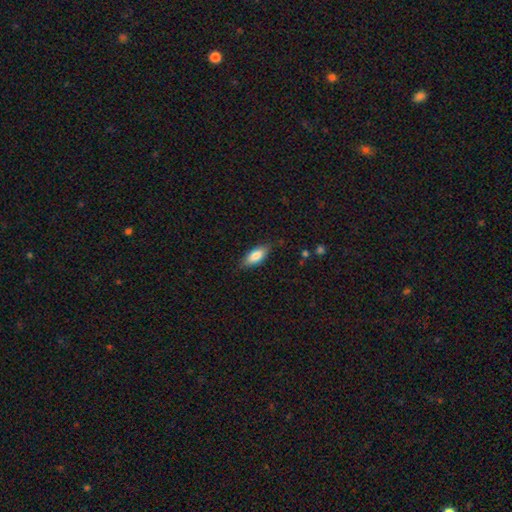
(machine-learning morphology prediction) Smooth or featured?
  - smooth: 80% *
  - featured or disk: 13%
  - star or artifact: 6%
How rounded?
  - in between: 79% *
  - cigar-shaped: 19%
  - round: 2%
Merging?
  - none: 81% *
  - minor disturbance: 15%
  - major disturbance: 3%
  - merger: 1%